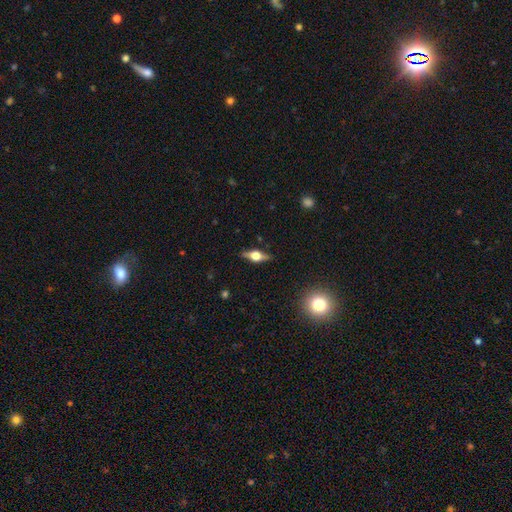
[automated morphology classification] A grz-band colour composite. It shows a featured or disk galaxy (67%) viewed edge-on (95%) with a rounded central bulge (93%). Merging: none (87%).